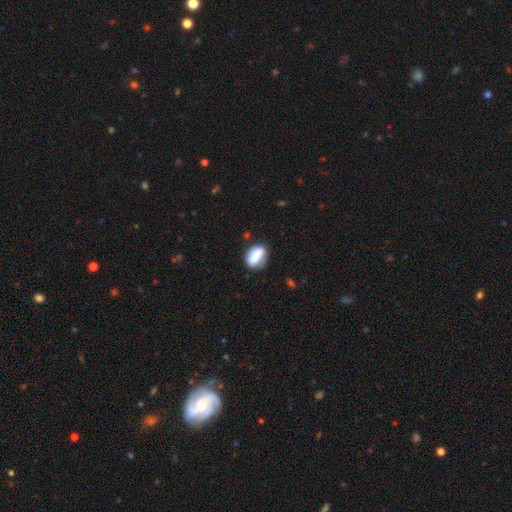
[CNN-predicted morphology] Smooth or featured? Predicted: smooth (p=0.68). How rounded? Predicted: in between (p=0.75). Merging? Predicted: none (p=0.69).